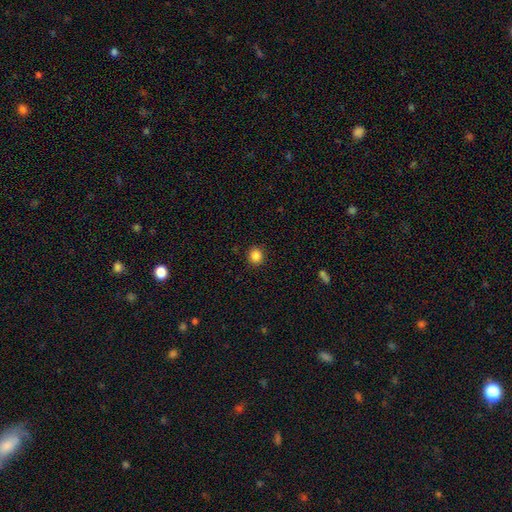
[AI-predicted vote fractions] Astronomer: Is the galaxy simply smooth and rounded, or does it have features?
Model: smooth — 86%.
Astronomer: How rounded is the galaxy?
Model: round — 89%.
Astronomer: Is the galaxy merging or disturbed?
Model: none — 92%.